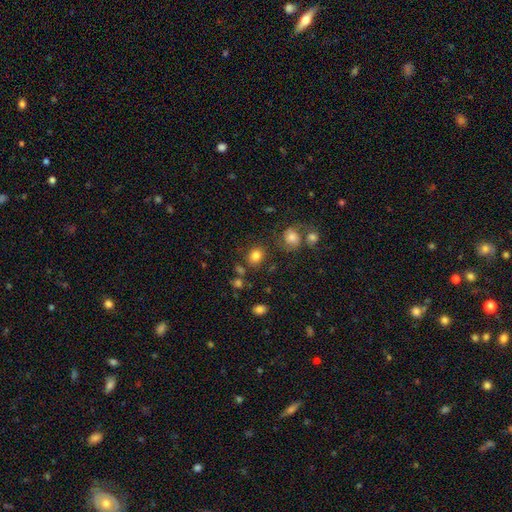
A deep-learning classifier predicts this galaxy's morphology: smooth 81%, star or artifact 11%, featured or disk 8%. Down the decision tree: how rounded — round (60%); merging — none (74%).